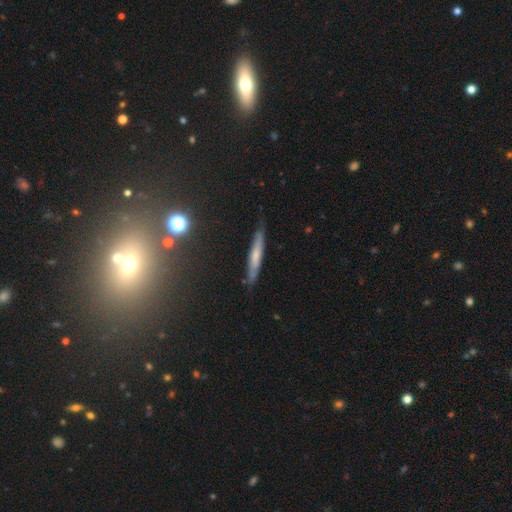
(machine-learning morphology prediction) Q: Smooth or featured?
A: smooth (49%); runner-up: featured or disk (41%)
Q: Merging?
A: none (83%); runner-up: minor disturbance (13%)